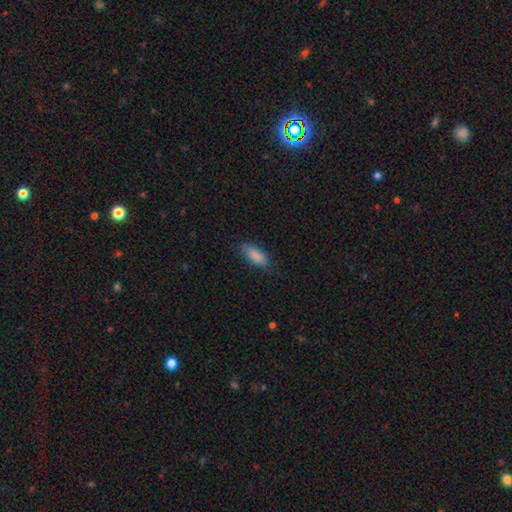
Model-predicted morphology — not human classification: Smooth or featured? Predicted: smooth (p=0.87). How rounded? Predicted: in between (p=0.79). Merging? Predicted: none (p=0.78).